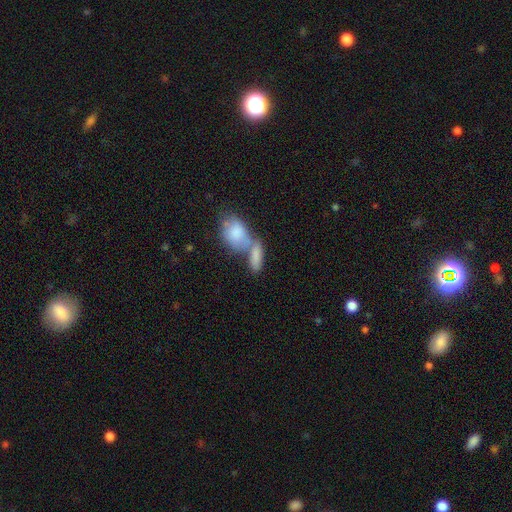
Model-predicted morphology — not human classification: Smooth or featured? smooth (80%)
How rounded? in between (81%)
Merging? merger (58%)